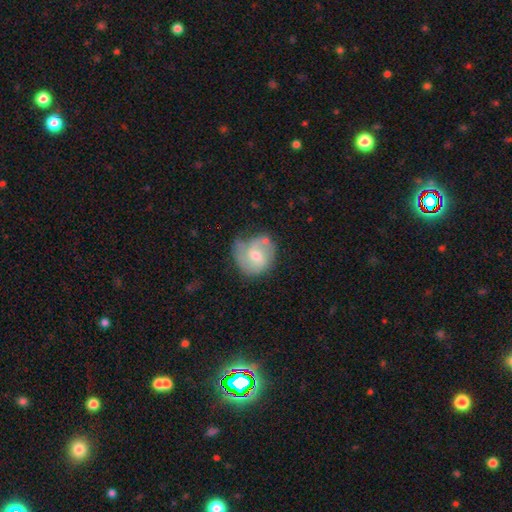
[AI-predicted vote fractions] Smooth or featured? featured or disk (62%)
Edge-on disk? no (97%)
Bar? no (46%)
Spiral arms? yes (84%)
Spiral winding? medium (45%)
Spiral arm count? 2 (63%)
Bulge size? moderate (56%)
Merging? none (49%)